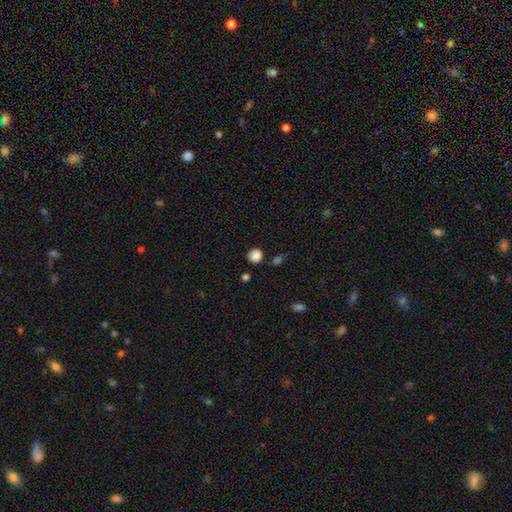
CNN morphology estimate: Overall: smooth (87%). How rounded: round (91%). Merging: none (84%).